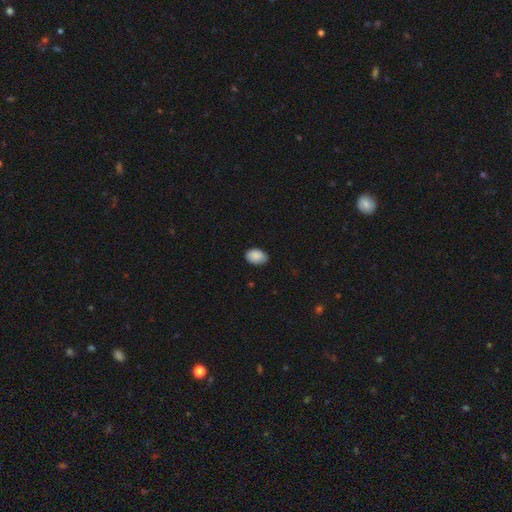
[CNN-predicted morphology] A smooth galaxy with no disk features (89%) that is in between round and cigar-shaped (84%).

Vote fractions:
- Smooth or featured? smooth: 89% / star or artifact: 7% / featured or disk: 4%
- How rounded? in between: 84% / round: 15% / cigar-shaped: 1%
- Merging? none: 79% / minor disturbance: 18% / major disturbance: 3% / merger: 1%